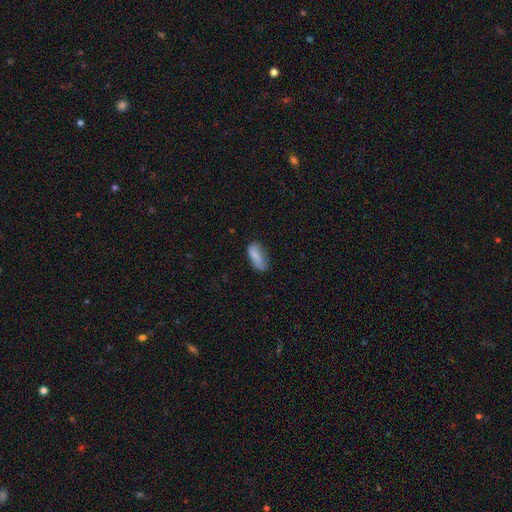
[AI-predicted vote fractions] Smooth or featured? smooth (82%)
How rounded? in between (81%)
Merging? none (61%)